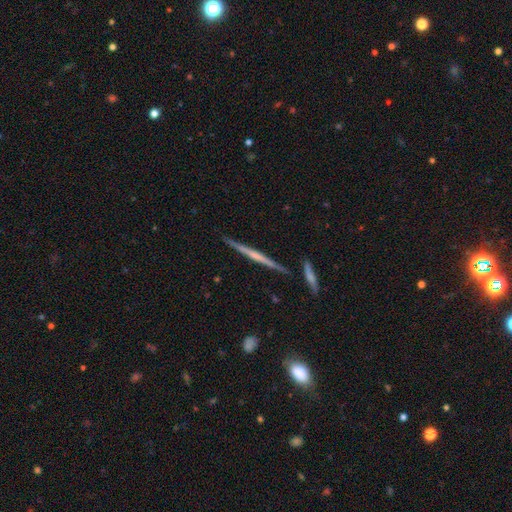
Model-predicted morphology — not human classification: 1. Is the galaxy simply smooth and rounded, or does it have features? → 64% featured or disk, 29% smooth, 6% star or artifact.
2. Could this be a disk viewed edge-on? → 97% yes, 3% no.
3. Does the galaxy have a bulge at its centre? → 66% none, 22% rounded, 12% boxy.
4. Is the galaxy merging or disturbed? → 86% none, 8% minor disturbance, 4% merger, 2% major disturbance.